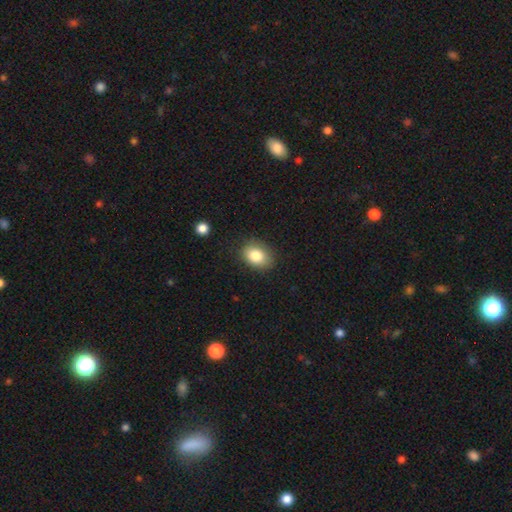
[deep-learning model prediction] Smooth or featured? Predicted: smooth (p=0.83). How rounded? Predicted: in between (p=0.71). Merging? Predicted: none (p=0.83).